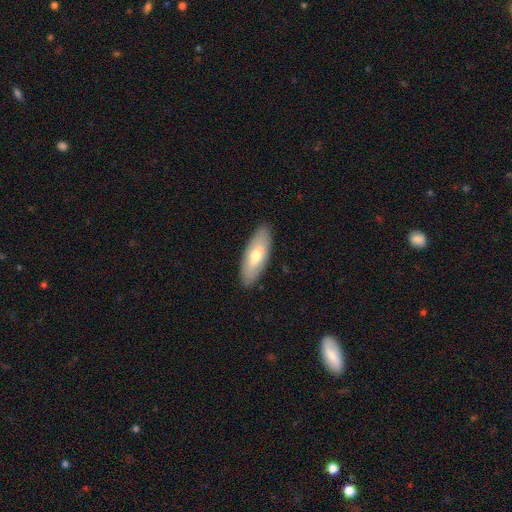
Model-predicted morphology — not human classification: Smooth or featured? Predicted: smooth (p=0.60). How rounded? Predicted: in between (p=0.72). Merging? Predicted: none (p=0.88).